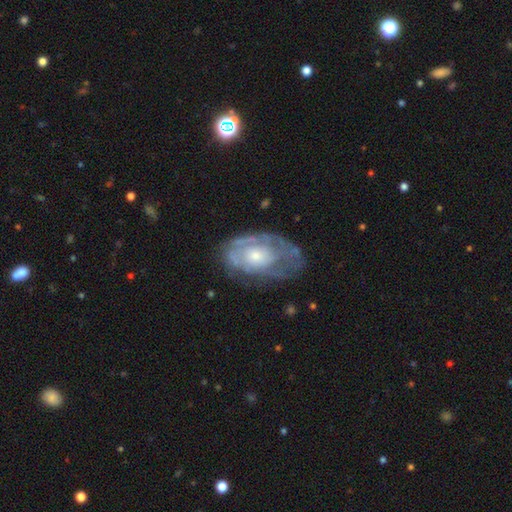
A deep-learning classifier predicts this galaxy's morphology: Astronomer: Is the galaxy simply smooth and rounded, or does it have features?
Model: featured or disk — 69%.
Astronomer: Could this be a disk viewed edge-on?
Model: no — 94%.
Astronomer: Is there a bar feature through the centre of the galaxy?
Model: no — 83%.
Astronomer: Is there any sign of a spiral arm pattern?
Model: yes — 59% (runner-up: no, 41%).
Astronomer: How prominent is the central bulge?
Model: small — 49% (runner-up: moderate, 42%).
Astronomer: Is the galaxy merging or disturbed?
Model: none — 56%.